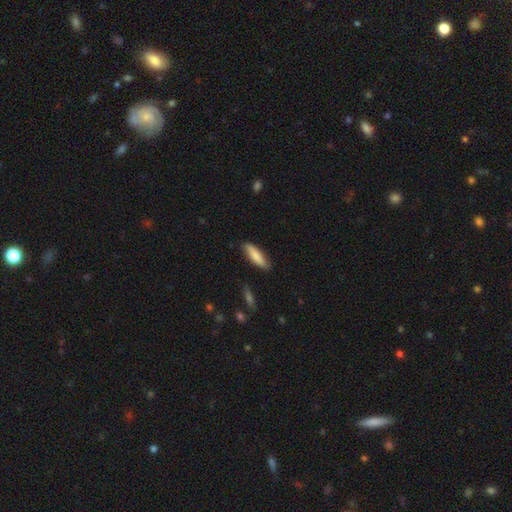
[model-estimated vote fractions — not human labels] smooth_or_featured: smooth (p=0.78) [alt: featured or disk p=0.16]
how_rounded: cigar-shaped (p=0.67) [alt: in between p=0.32]
merging: none (p=0.84) [alt: minor disturbance p=0.12]